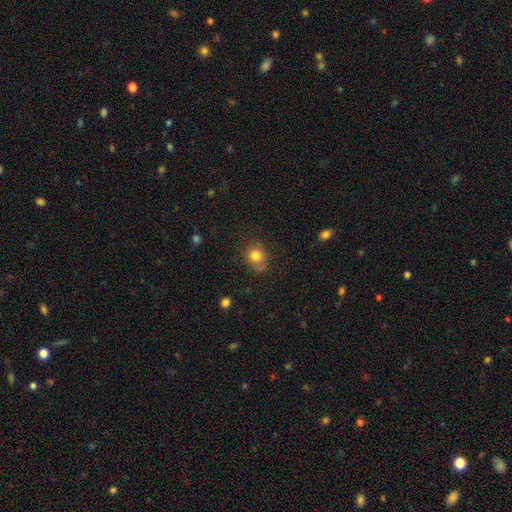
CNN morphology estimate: Overall: smooth (80%). How rounded: round (75%). Merging: none (66%).